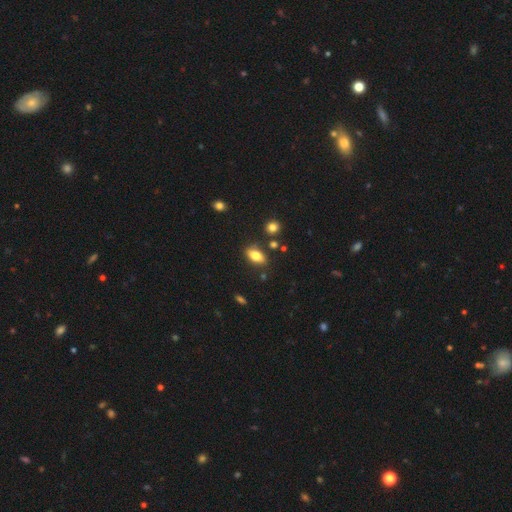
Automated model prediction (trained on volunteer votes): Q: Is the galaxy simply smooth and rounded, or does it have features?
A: smooth — 77%.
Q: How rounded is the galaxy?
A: in between — 87%.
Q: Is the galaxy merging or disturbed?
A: none — 81%.